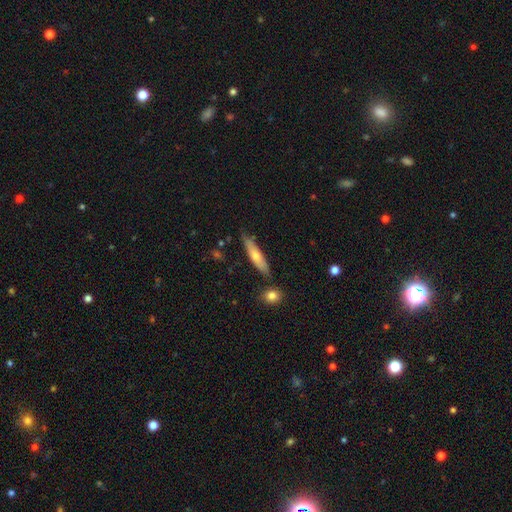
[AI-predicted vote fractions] smooth 60%, featured or disk 34%, star or artifact 6%. Down the decision tree: how rounded — cigar-shaped (76%); merging — none (75%).